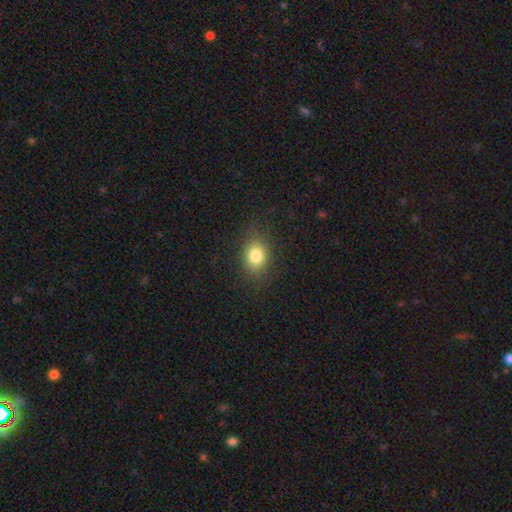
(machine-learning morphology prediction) Smooth or featured? Predicted: smooth (p=0.80). How rounded? Predicted: in between (p=0.59). Merging? Predicted: none (p=0.82).